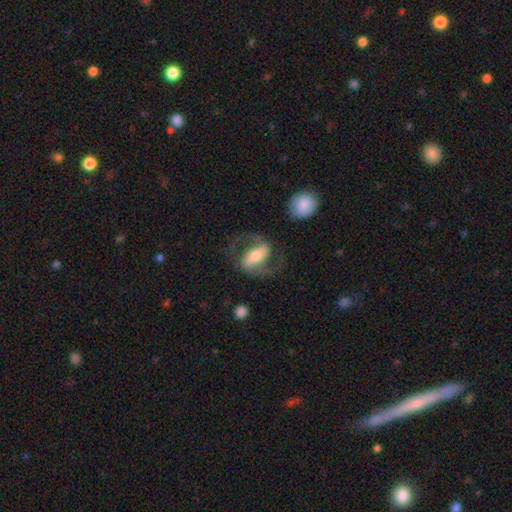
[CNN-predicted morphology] featured or disk 82%, smooth 13%, star or artifact 5%. Down the decision tree: edge-on disk — no (95%); bar — strong (62%); spiral arms — yes (92%); spiral arm count — 2 (91%); spiral winding — medium (55%); bulge size — moderate (59%); merging — none (72%).